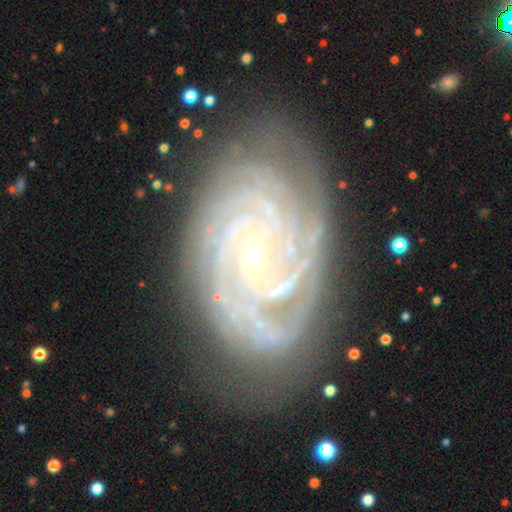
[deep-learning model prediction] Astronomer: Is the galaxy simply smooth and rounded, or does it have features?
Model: featured or disk — 90%.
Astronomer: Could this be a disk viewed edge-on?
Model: no — 97%.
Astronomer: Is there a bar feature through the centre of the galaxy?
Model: no — 51% (runner-up: weak, 31%).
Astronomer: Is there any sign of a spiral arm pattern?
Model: yes — 98%.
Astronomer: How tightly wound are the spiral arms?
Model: tight — 82%.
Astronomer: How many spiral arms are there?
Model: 4 — 28% (runner-up: 3, 20%).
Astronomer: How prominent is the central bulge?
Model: small — 80%.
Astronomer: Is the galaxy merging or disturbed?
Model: none — 79%.